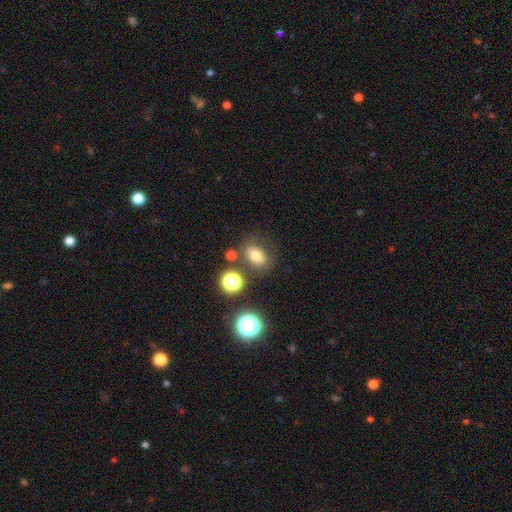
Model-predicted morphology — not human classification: This appears to be a smooth galaxy with no disk features (73%) that is in between round and cigar-shaped (72%). Merging: none (73%).